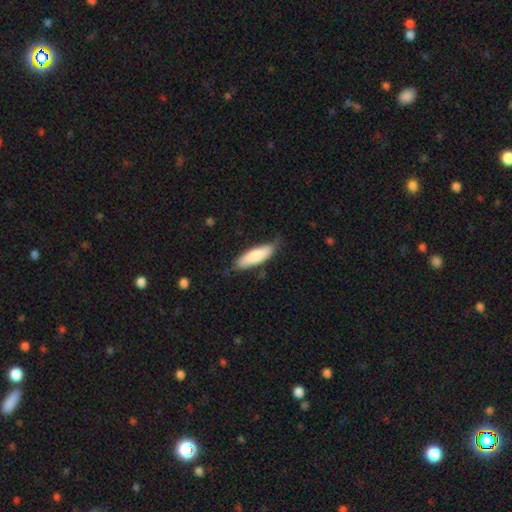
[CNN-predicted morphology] Overall: smooth (81%). How rounded: cigar-shaped (50%; in between 49%). Merging: none (72%).